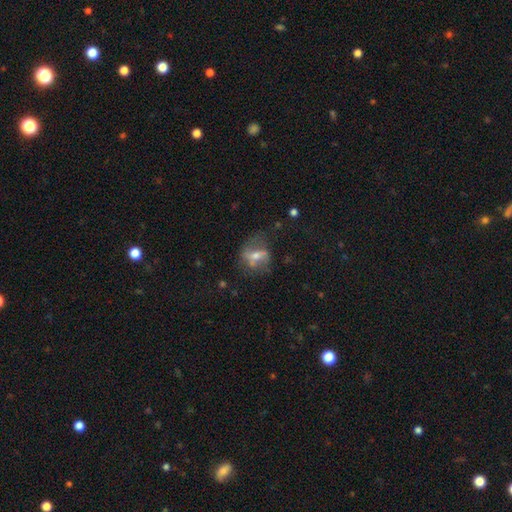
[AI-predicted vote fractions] smooth-or-featured: featured or disk: 49% | smooth: 39% | star or artifact: 11%
  merging: none: 48% | minor disturbance: 24% | major disturbance: 23% | merger: 4%